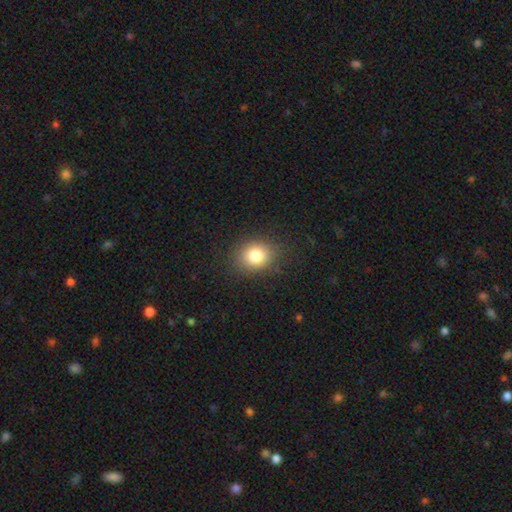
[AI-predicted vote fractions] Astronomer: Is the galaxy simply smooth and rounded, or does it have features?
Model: smooth — 81%.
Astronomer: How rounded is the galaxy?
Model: round — 60% (runner-up: in between, 39%).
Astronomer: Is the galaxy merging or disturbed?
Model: none — 84%.